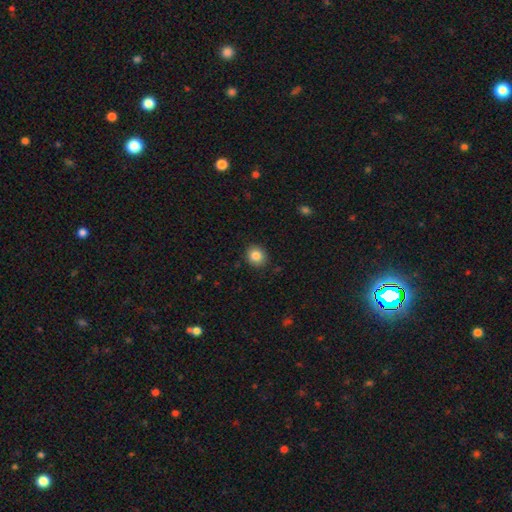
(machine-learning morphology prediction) smooth_or_featured: smooth (p=0.85) [alt: star or artifact p=0.10]
how_rounded: round (p=0.75) [alt: in between p=0.24]
merging: none (p=0.90) [alt: minor disturbance p=0.07]